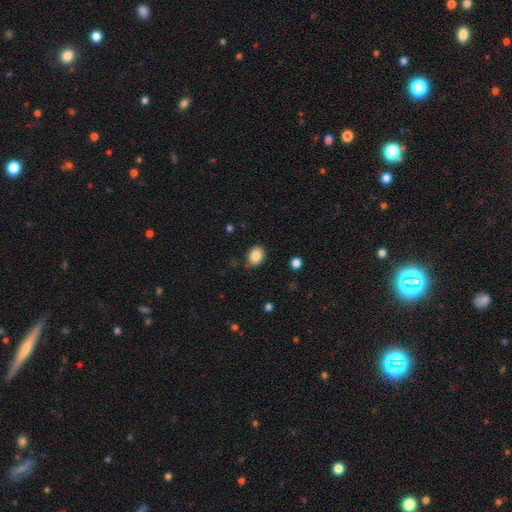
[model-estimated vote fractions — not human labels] Smooth or featured: smooth — 85% (star or artifact — 9%)
How rounded: in between — 54% (round — 45%)
Merging: none — 81% (minor disturbance — 14%)